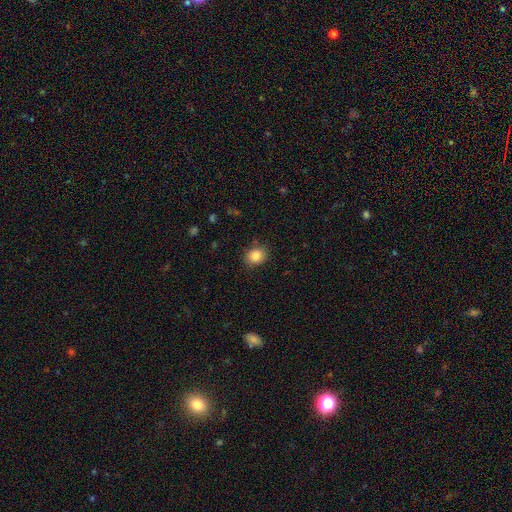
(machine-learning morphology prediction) Smooth or featured? smooth (85%)
How rounded? round (65%)
Merging? none (86%)